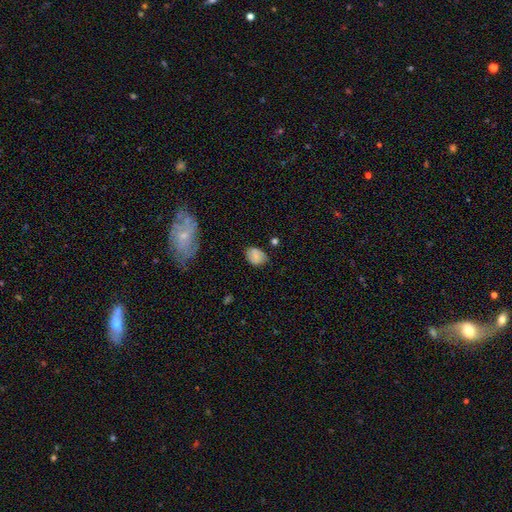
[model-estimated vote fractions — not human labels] A smooth galaxy with no disk features (69%) that is in between round and cigar-shaped (67%).

Vote fractions:
- Smooth or featured? smooth: 69% / featured or disk: 22% / star or artifact: 10%
- How rounded? in between: 67% / round: 32% / cigar-shaped: 1%
- Merging? none: 65% / minor disturbance: 25% / major disturbance: 6% / merger: 3%